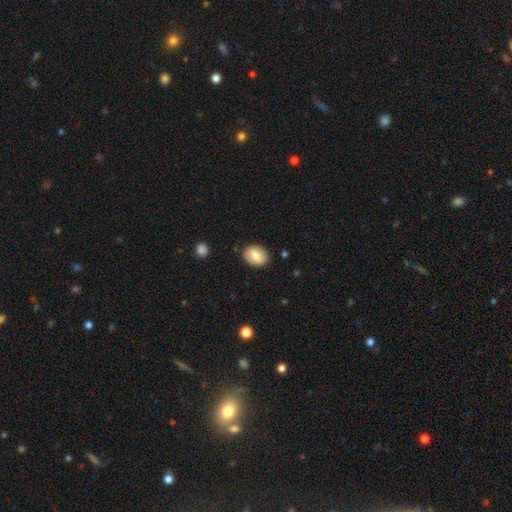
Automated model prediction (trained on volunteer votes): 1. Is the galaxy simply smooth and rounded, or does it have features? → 73% smooth, 20% featured or disk, 7% star or artifact.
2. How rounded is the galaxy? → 70% in between, 29% round, 1% cigar-shaped.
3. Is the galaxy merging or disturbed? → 84% none, 12% minor disturbance, 3% major disturbance, 2% merger.